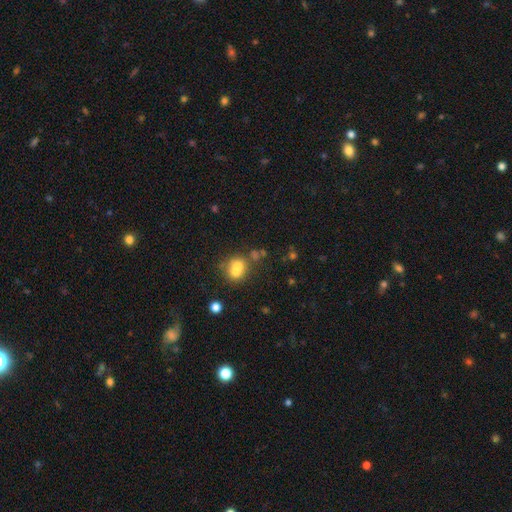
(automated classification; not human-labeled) Morphology: type=smooth (63%); roundness=round (62%); merging=merger (45%).